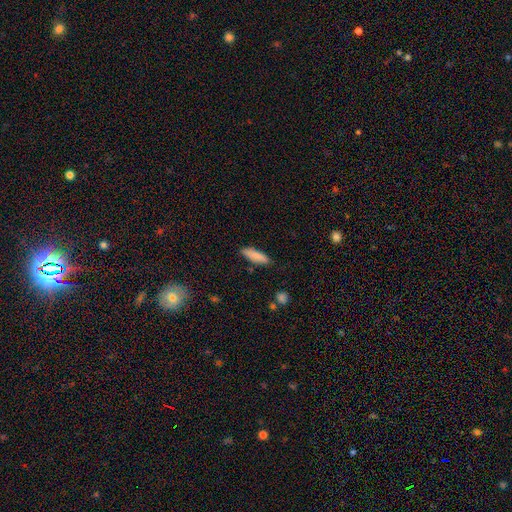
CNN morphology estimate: Q: Smooth or featured?
A: smooth (86%); runner-up: featured or disk (7%)
Q: How rounded?
A: cigar-shaped (58%); runner-up: in between (40%)
Q: Merging?
A: none (85%); runner-up: minor disturbance (11%)